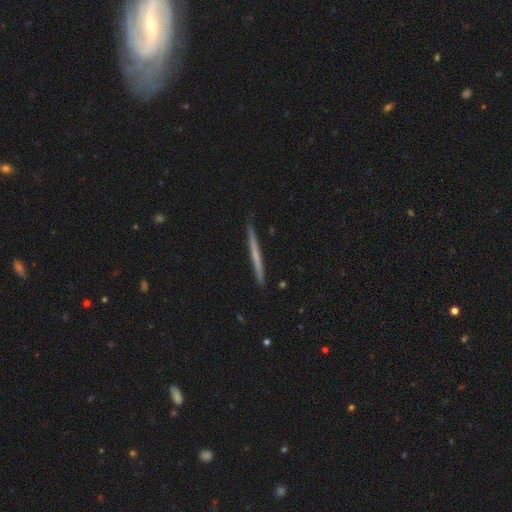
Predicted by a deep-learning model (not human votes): Smooth or featured? Predicted: featured or disk (p=0.48). Merging? Predicted: none (p=0.91).